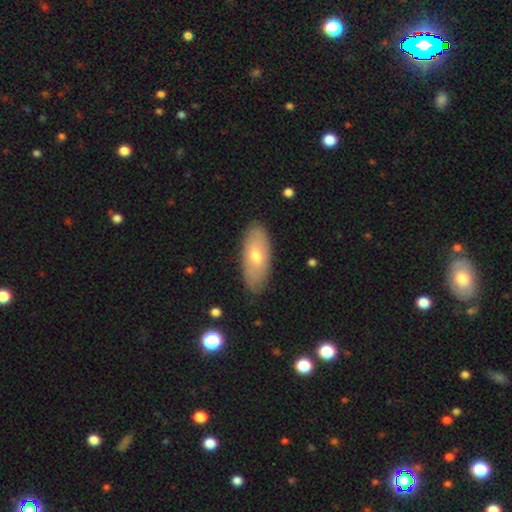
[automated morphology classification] Smooth or featured?
  - smooth: 57% *
  - featured or disk: 36%
  - star or artifact: 6%
How rounded?
  - in between: 84% *
  - cigar-shaped: 13%
  - round: 3%
Merging?
  - none: 85% *
  - minor disturbance: 12%
  - major disturbance: 2%
  - merger: 1%